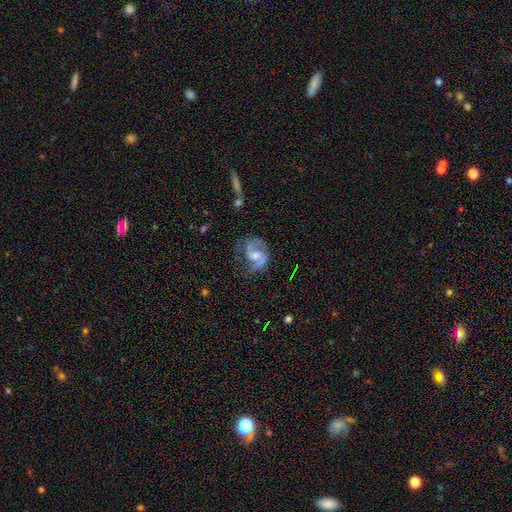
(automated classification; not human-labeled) Q: Smooth or featured?
A: featured or disk (78%); runner-up: smooth (15%)
Q: Edge-on disk?
A: no (98%); runner-up: yes (2%)
Q: Bar?
A: weak (51%); runner-up: no (33%)
Q: Spiral arms?
A: yes (91%); runner-up: no (9%)
Q: Spiral winding?
A: medium (52%); runner-up: loose (31%)
Q: Spiral arm count?
A: 2 (82%); runner-up: 1 (7%)
Q: Bulge size?
A: moderate (45%); runner-up: small (32%)
Q: Merging?
A: none (56%); runner-up: minor disturbance (22%)